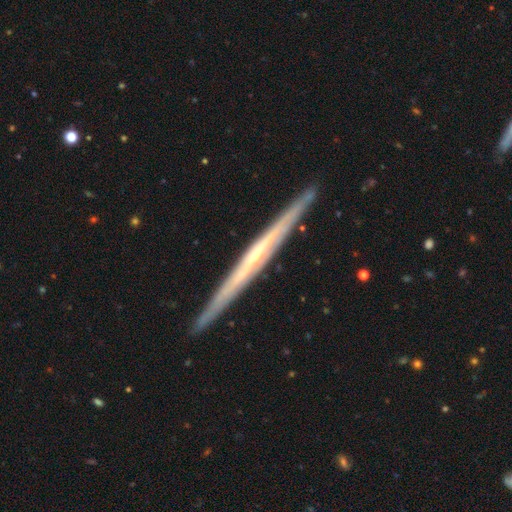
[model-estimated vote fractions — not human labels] A featured or disk galaxy (78%) viewed edge-on (97%) with no central bulge (62%). Merging: none (91%).